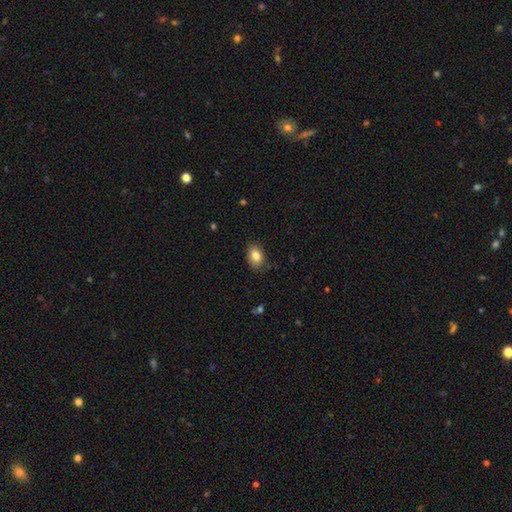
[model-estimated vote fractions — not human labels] A smooth galaxy with no disk features (84%) that is in between round and cigar-shaped (84%).

Vote fractions:
- Smooth or featured? smooth: 84% / star or artifact: 8% / featured or disk: 8%
- How rounded? in between: 84% / round: 15% / cigar-shaped: 1%
- Merging? none: 85% / minor disturbance: 11% / major disturbance: 2% / merger: 1%